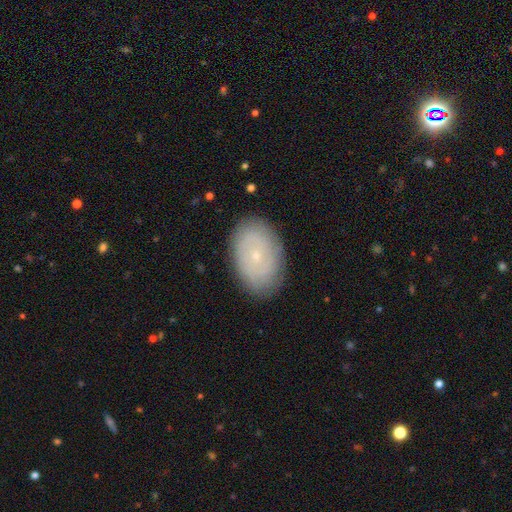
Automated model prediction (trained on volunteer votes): smooth-or-featured: featured or disk: 52% | smooth: 39% | star or artifact: 9%
  disk-edge-on: no: 94% | yes: 6%
  merging: none: 85% | minor disturbance: 11% | major disturbance: 3% | merger: 1%